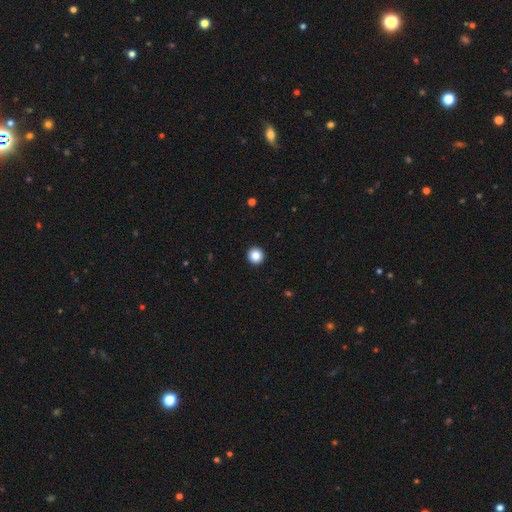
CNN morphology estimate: This is clearly a smooth galaxy (87%). How rounded: clearly round (96%). Merging: clearly none (94%).